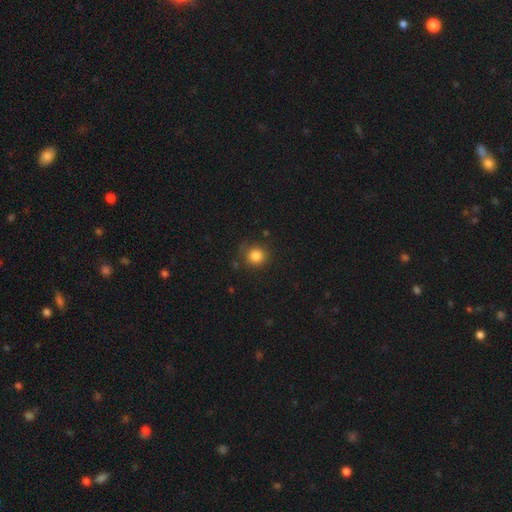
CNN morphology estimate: Q: Smooth or featured?
A: smooth (83%); runner-up: star or artifact (11%)
Q: How rounded?
A: round (91%); runner-up: in between (8%)
Q: Merging?
A: none (79%); runner-up: minor disturbance (14%)